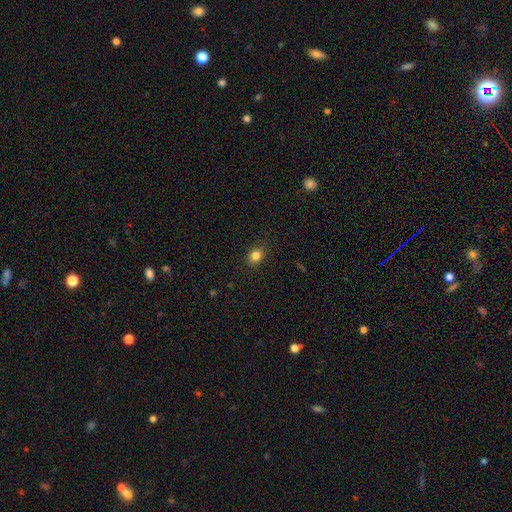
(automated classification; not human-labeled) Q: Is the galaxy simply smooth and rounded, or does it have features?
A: smooth — 83%.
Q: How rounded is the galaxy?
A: in between — 50%.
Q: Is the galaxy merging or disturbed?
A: none — 88%.